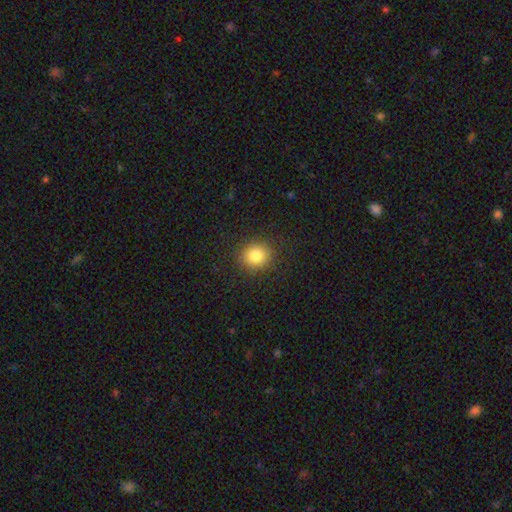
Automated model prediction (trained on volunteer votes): Overall: smooth (82%). How rounded: round (81%). Merging: none (89%).